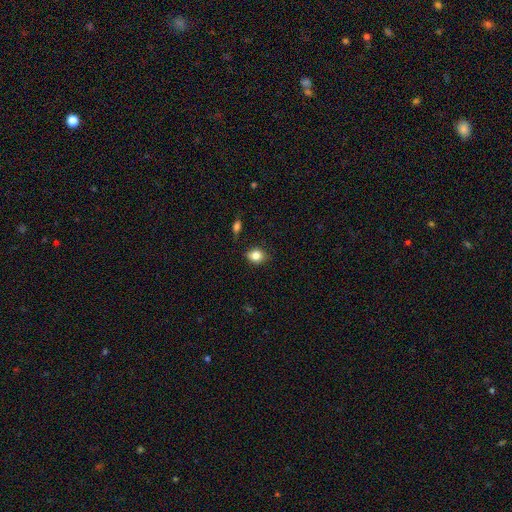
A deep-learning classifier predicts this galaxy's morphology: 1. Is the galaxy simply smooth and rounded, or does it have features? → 82% smooth, 10% star or artifact, 8% featured or disk.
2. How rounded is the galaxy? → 54% round, 44% in between, 1% cigar-shaped.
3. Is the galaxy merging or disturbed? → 79% none, 16% minor disturbance, 3% major disturbance, 2% merger.